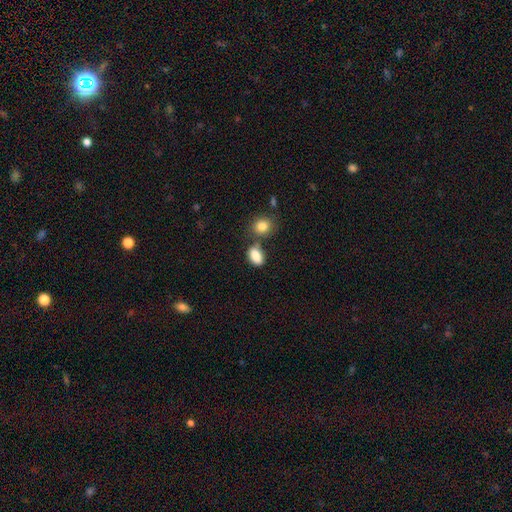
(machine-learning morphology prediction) Smooth or featured? Predicted: smooth (p=0.86). How rounded? Predicted: in between (p=0.85). Merging? Predicted: none (p=0.60).